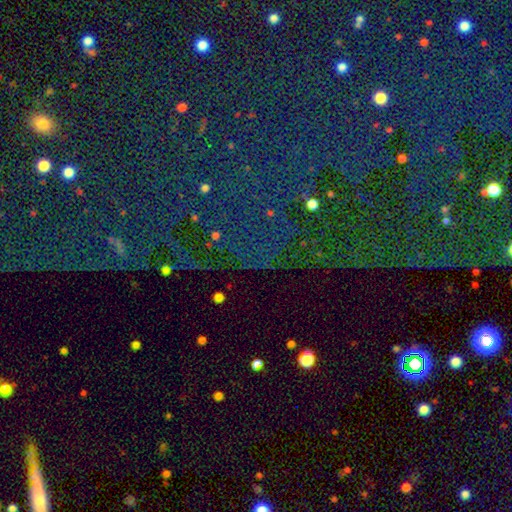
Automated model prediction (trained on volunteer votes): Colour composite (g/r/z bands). It shows a star or artifact, not a galaxy (81%).